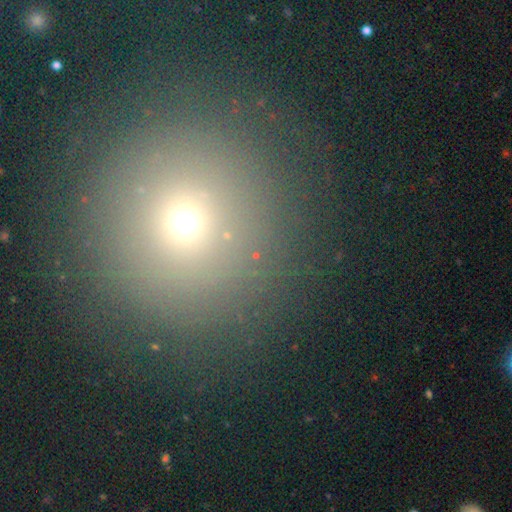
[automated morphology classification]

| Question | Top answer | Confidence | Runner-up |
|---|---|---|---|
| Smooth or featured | smooth | 62% | star or artifact (26%) |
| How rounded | round | 93% | in between (6%) |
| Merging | none | 80% | minor disturbance (9%) |